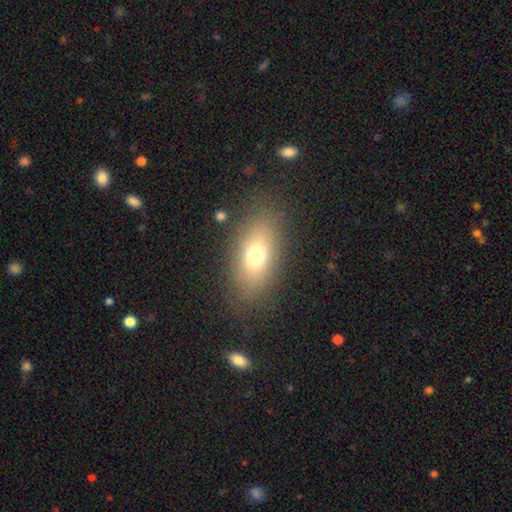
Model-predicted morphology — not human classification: The model was most divided on "smooth or featured": smooth: 70%, featured or disk: 17%, star or artifact: 13%. More confident: merging — none (82%); how rounded — in between (81%).